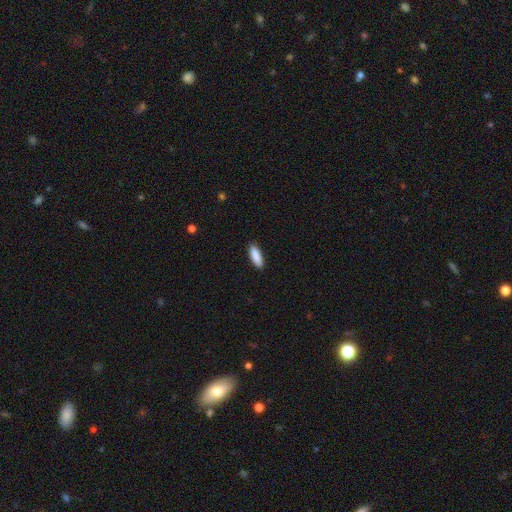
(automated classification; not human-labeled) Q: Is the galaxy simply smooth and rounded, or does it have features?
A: smooth — 89%.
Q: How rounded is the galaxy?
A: in between — 56%.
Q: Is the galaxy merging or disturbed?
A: none — 89%.